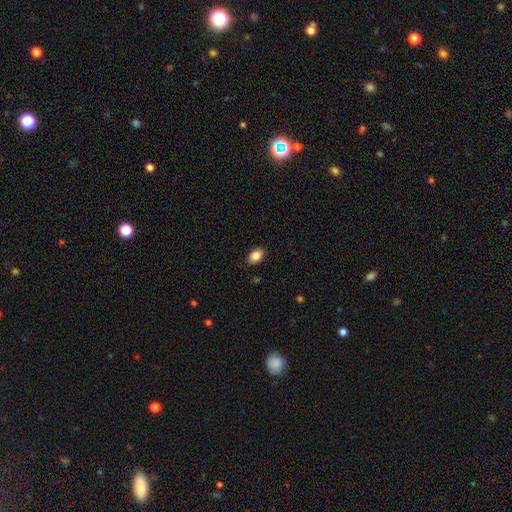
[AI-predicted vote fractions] smooth_or_featured: smooth (p=0.86) [alt: star or artifact p=0.08]
how_rounded: in between (p=0.81) [alt: round p=0.18]
merging: none (p=0.86) [alt: minor disturbance p=0.11]